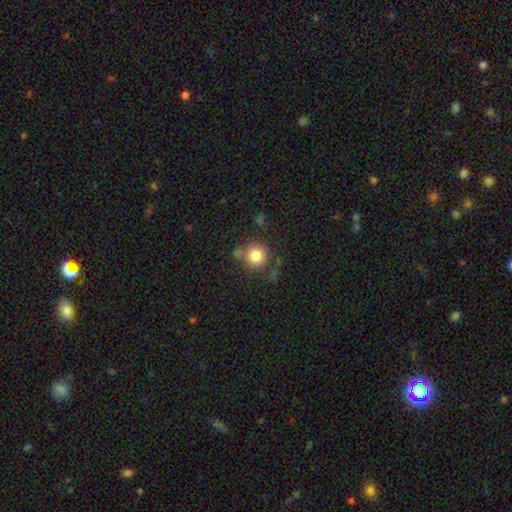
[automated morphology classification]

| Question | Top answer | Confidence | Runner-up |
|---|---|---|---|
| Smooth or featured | smooth | 82% | star or artifact (10%) |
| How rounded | round | 93% | in between (6%) |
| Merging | none | 72% | minor disturbance (13%) |